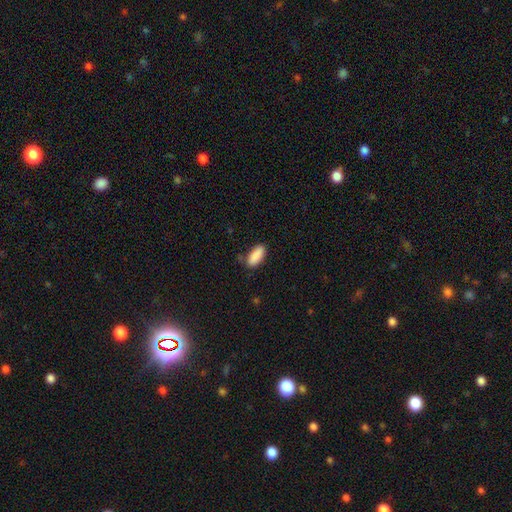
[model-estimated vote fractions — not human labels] This is clearly a smooth galaxy (90%). How rounded: clearly in between (81%). Merging: clearly none (82%).